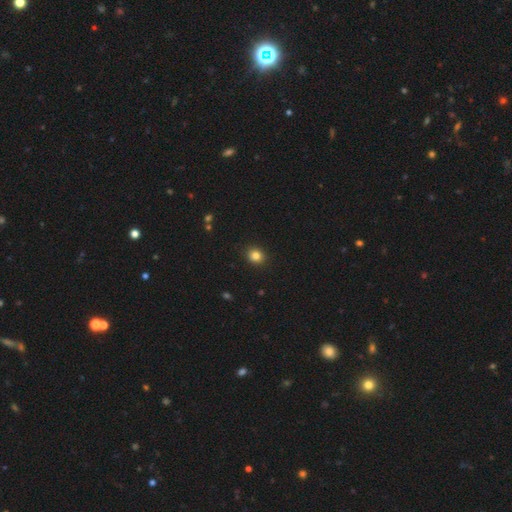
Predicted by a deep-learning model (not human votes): Smooth or featured? Predicted: smooth (p=0.83). How rounded? Predicted: round (p=0.77). Merging? Predicted: none (p=0.91).